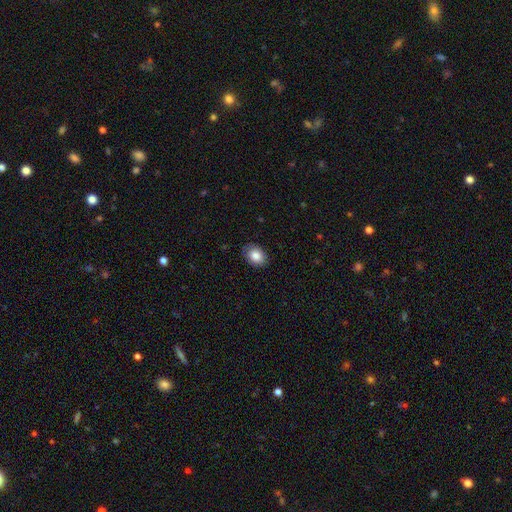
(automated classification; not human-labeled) Q: Smooth or featured?
A: smooth (85%); runner-up: star or artifact (8%)
Q: How rounded?
A: in between (69%); runner-up: round (30%)
Q: Merging?
A: none (85%); runner-up: minor disturbance (12%)